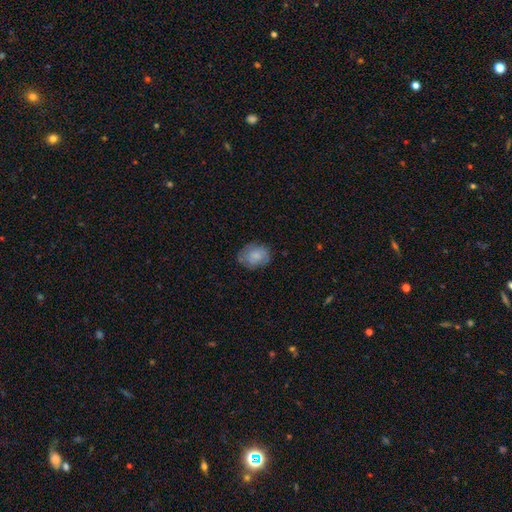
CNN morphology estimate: Smooth or featured?
  - smooth: 76% *
  - featured or disk: 17%
  - star or artifact: 7%
How rounded?
  - in between: 60% *
  - round: 39%
  - cigar-shaped: 1%
Merging?
  - none: 71% *
  - minor disturbance: 22%
  - major disturbance: 6%
  - merger: 1%